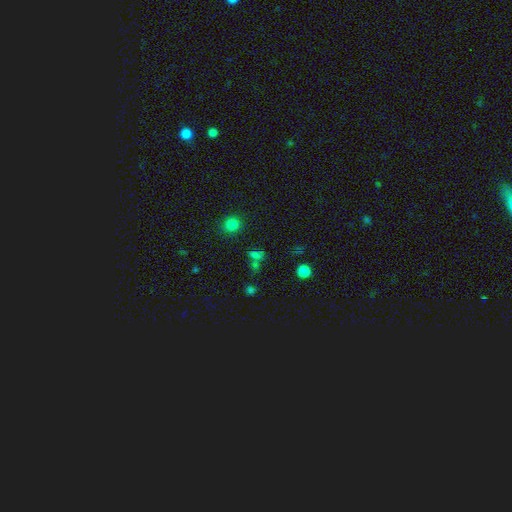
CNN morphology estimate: Smooth or featured?
  - smooth: 62% *
  - star or artifact: 28%
  - featured or disk: 10%
How rounded?
  - in between: 50% *
  - round: 42%
  - cigar-shaped: 8%
Merging?
  - none: 55% *
  - merger: 25%
  - minor disturbance: 12%
  - major disturbance: 8%